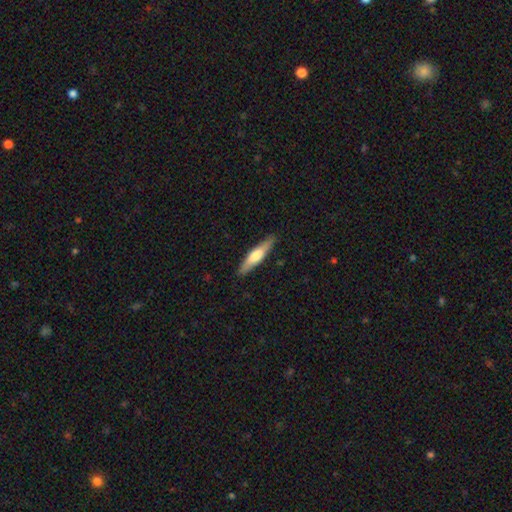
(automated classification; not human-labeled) smooth 56%, featured or disk 39%, star or artifact 5%. Down the decision tree: how rounded — cigar-shaped (83%); merging — none (88%).